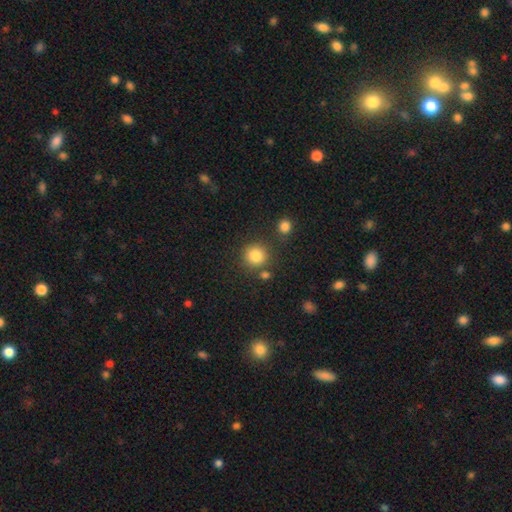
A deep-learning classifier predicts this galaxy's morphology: A smooth galaxy with no disk features (84%) that is round (92%).

Vote fractions:
- Smooth or featured? smooth: 84% / star or artifact: 11% / featured or disk: 5%
- How rounded? round: 92% / in between: 7% / cigar-shaped: 1%
- Merging? none: 79% / minor disturbance: 9% / merger: 8% / major disturbance: 4%